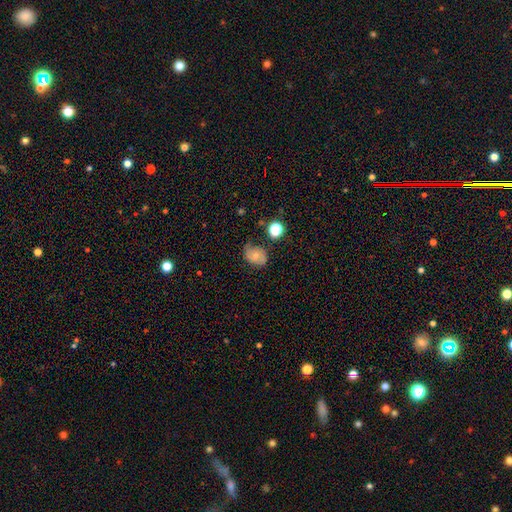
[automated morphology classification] type=smooth (53%); roundness=in between (60%); merging=none (53%).